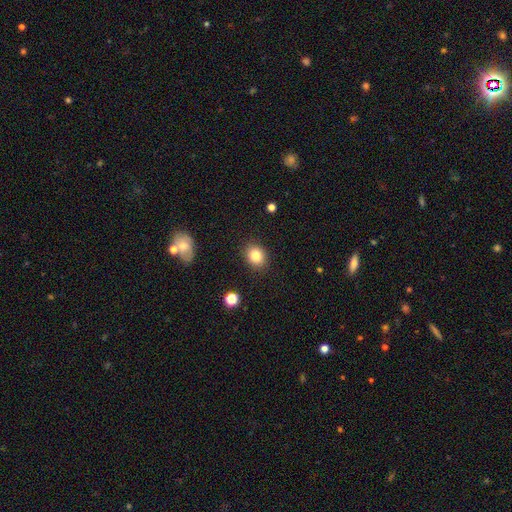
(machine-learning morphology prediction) Smooth or featured: smooth — 83% (star or artifact — 10%)
How rounded: round — 55% (in between — 44%)
Merging: none — 89% (minor disturbance — 8%)